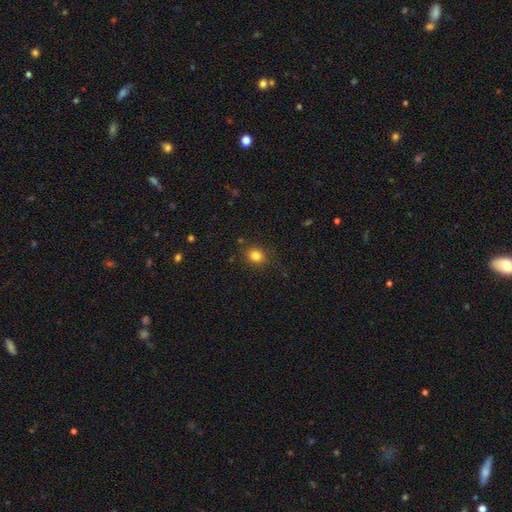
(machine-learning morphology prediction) smooth_or_featured: smooth (p=0.82) [alt: star or artifact p=0.12]
how_rounded: round (p=0.79) [alt: in between p=0.21]
merging: none (p=0.86) [alt: minor disturbance p=0.10]